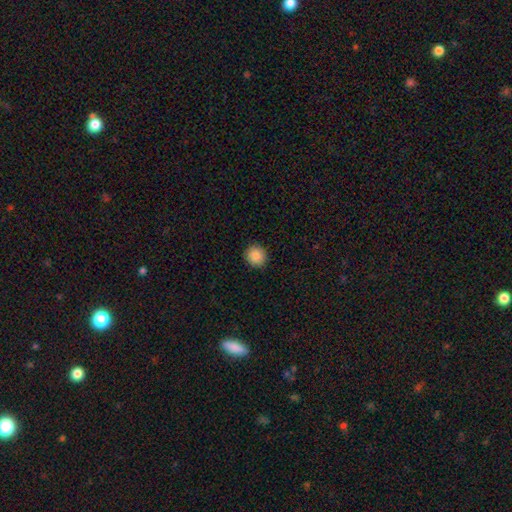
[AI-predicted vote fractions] Q: Smooth or featured?
A: smooth (87%); runner-up: star or artifact (9%)
Q: How rounded?
A: round (91%); runner-up: in between (8%)
Q: Merging?
A: none (91%); runner-up: minor disturbance (6%)